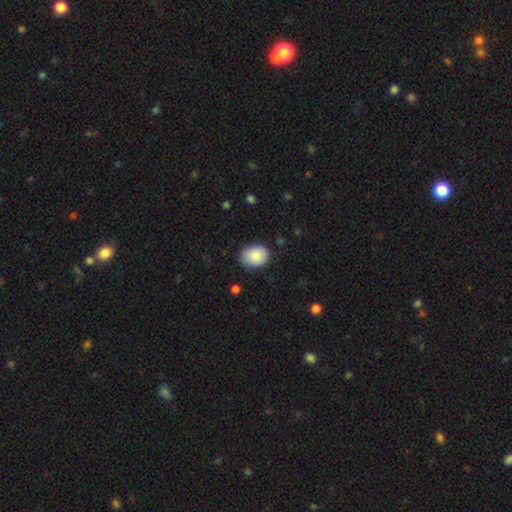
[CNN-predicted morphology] Smooth or featured? Predicted: smooth (p=0.86). How rounded? Predicted: in between (p=0.62). Merging? Predicted: none (p=0.79).